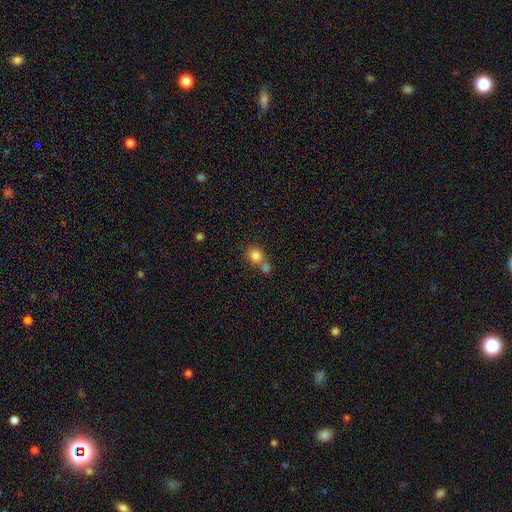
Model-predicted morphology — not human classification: Overall: smooth (83%). How rounded: round (83%). Merging: none (49%; merger 40%).